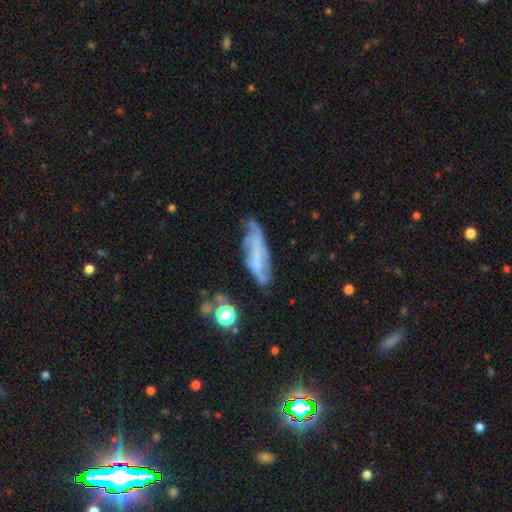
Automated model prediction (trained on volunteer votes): This appears to be a featured or disk galaxy (61%). Merging: none (44%).